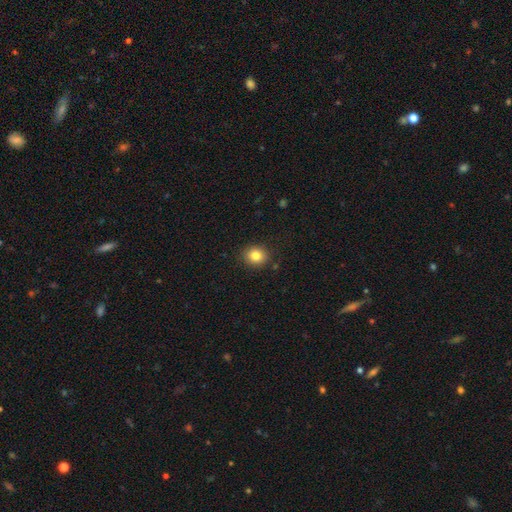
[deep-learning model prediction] The model was most divided on "how rounded": round: 78%, in between: 22%, cigar-shaped: 1%. More confident: merging — none (89%); smooth or featured — smooth (82%).